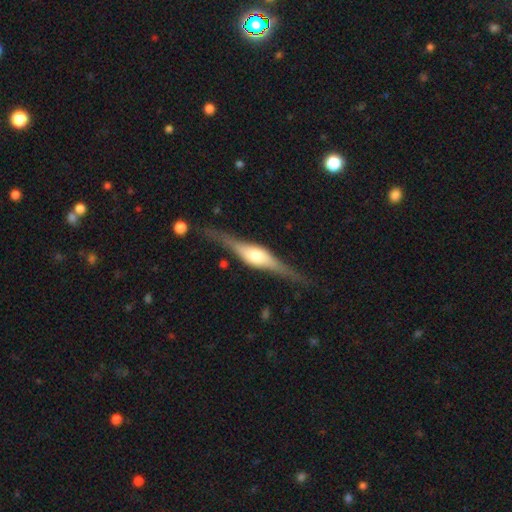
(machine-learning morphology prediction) type=featured or disk (81%); edge-on=yes (97%); edge-on bulge=rounded (84%); merging=none (83%).